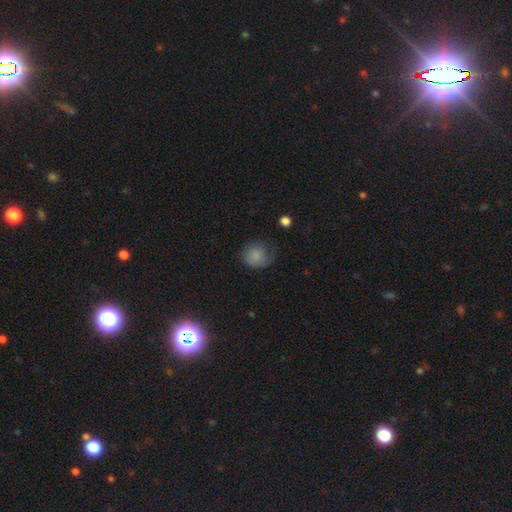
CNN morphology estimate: Q: Smooth or featured?
A: smooth (81%); runner-up: featured or disk (10%)
Q: How rounded?
A: round (79%); runner-up: in between (20%)
Q: Merging?
A: none (53%); runner-up: minor disturbance (31%)